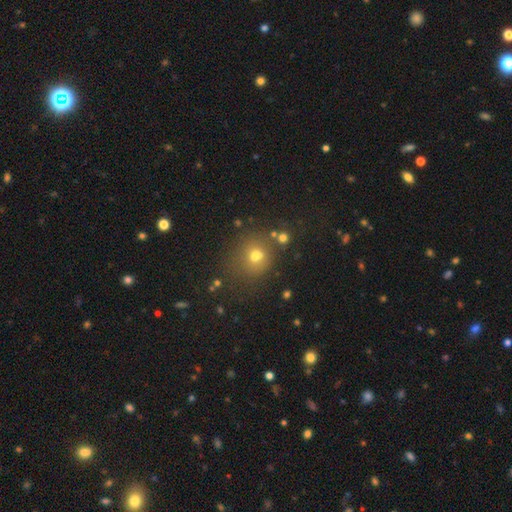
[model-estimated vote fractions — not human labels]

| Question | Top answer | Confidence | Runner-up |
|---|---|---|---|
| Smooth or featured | smooth | 67% | star or artifact (20%) |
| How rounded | round | 71% | in between (28%) |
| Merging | none | 56% | merger (22%) |